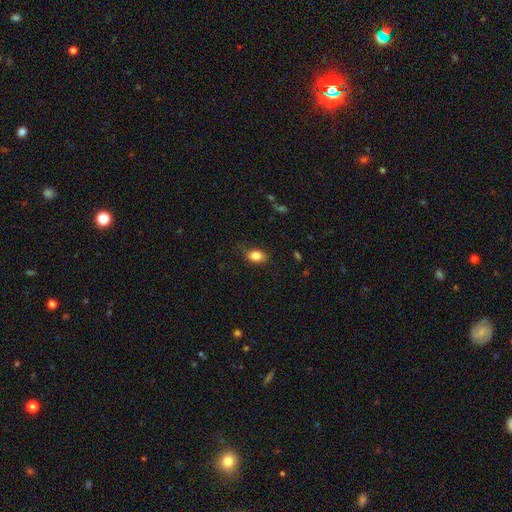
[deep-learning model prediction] A smooth galaxy with no disk features (83%) that is in between round and cigar-shaped (79%).

Vote fractions:
- Smooth or featured? smooth: 83% / star or artifact: 9% / featured or disk: 8%
- How rounded? in between: 79% / round: 18% / cigar-shaped: 2%
- Merging? none: 73% / minor disturbance: 20% / major disturbance: 5% / merger: 1%